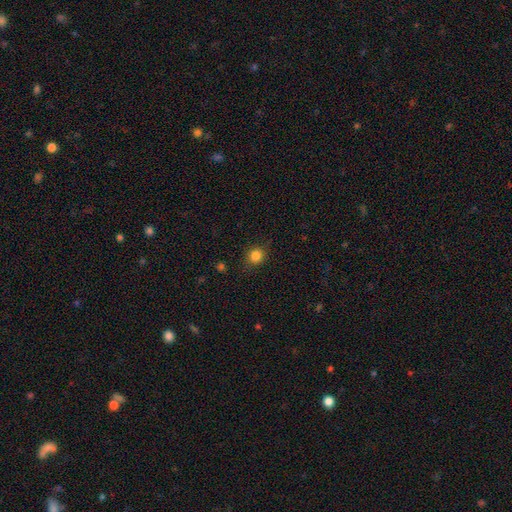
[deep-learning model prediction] Q: Smooth or featured?
A: smooth (84%); runner-up: star or artifact (12%)
Q: How rounded?
A: round (84%); runner-up: in between (15%)
Q: Merging?
A: none (85%); runner-up: minor disturbance (11%)